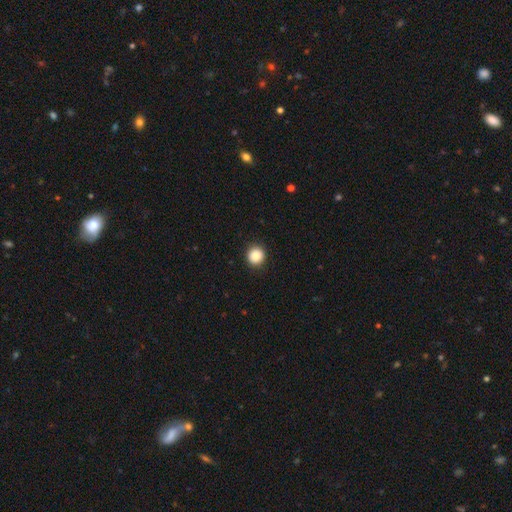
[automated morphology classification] Overall: smooth (88%). How rounded: round (93%). Merging: none (92%).